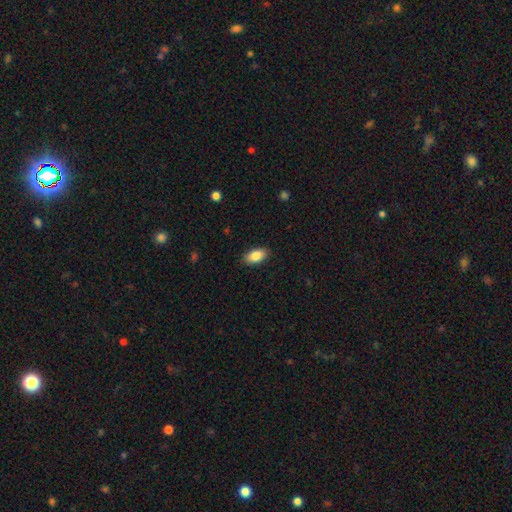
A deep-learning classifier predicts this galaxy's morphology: smooth_or_featured: smooth (p=0.88) [alt: star or artifact p=0.07]
how_rounded: in between (p=0.93) [alt: round p=0.04]
merging: none (p=0.88) [alt: minor disturbance p=0.09]